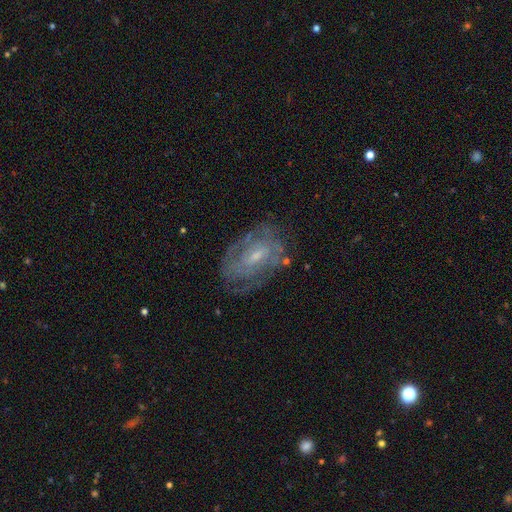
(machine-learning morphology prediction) A featured or disk galaxy (76%) with a weak bar (49%), tight (57%) spiral arms (79%) and a small central bulge (60%). Merging: none (67%).